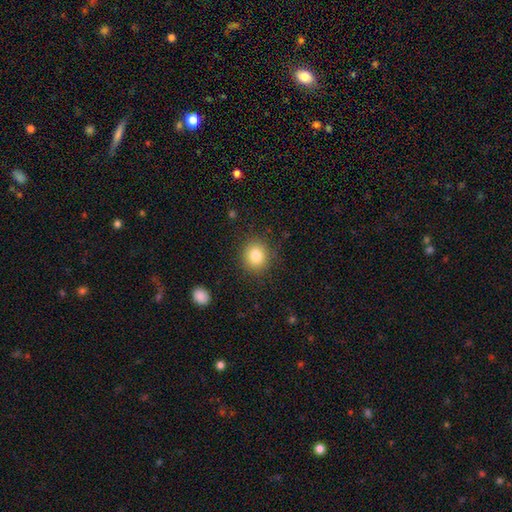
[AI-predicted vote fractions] smooth 82%, star or artifact 10%, featured or disk 7%. Down the decision tree: how rounded — round (82%); merging — none (87%).